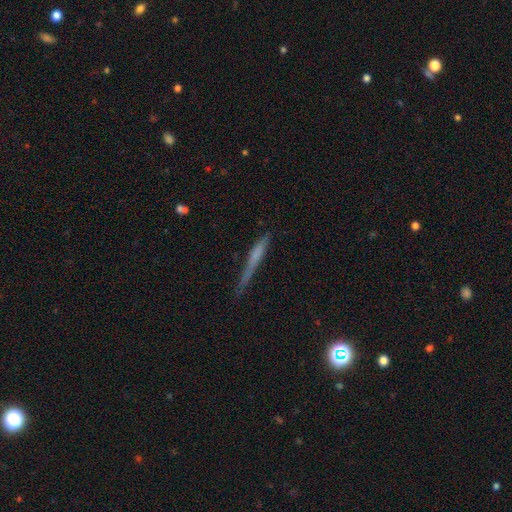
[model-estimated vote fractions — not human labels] The model was most divided on "smooth or featured": smooth: 52%, featured or disk: 39%, star or artifact: 9%. More confident: how rounded — cigar-shaped (95%); merging — none (61%).